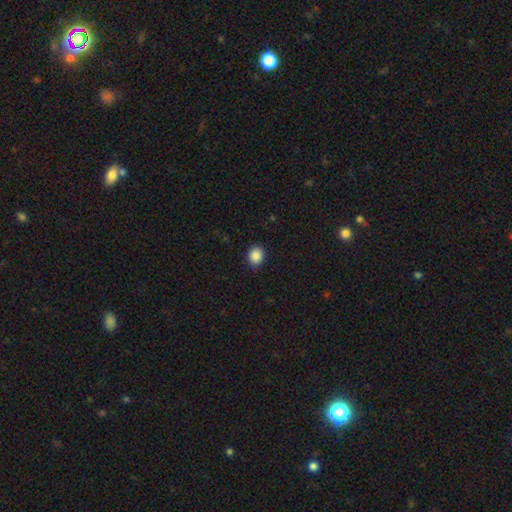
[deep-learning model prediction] Smooth or featured? smooth (89%)
How rounded? round (67%)
Merging? none (88%)